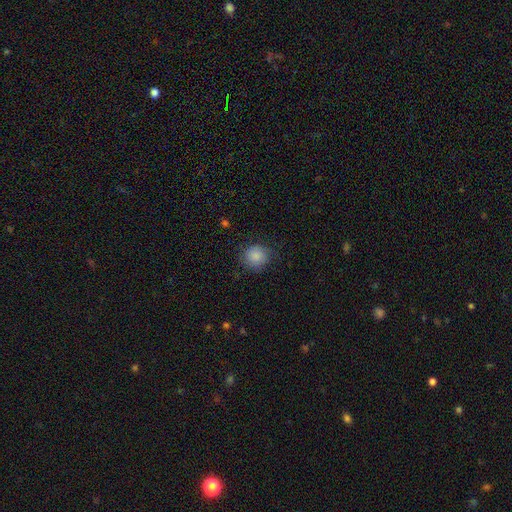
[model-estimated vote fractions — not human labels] Morphology: type=smooth (87%); roundness=round (89%); merging=none (79%).